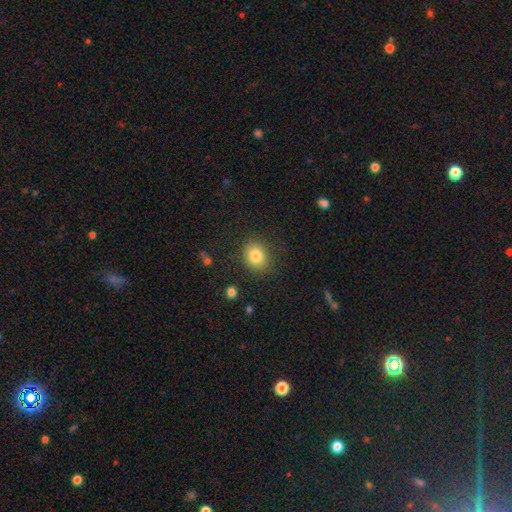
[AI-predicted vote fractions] The model was most divided on "how rounded": round: 67%, in between: 32%, cigar-shaped: 1%. More confident: merging — none (85%); smooth or featured — smooth (81%).